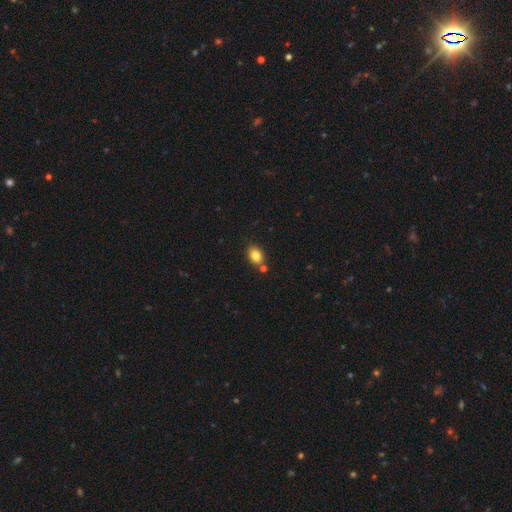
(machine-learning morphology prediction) smooth 83%, star or artifact 10%, featured or disk 8%. Down the decision tree: how rounded — in between (74%); merging — none (74%).